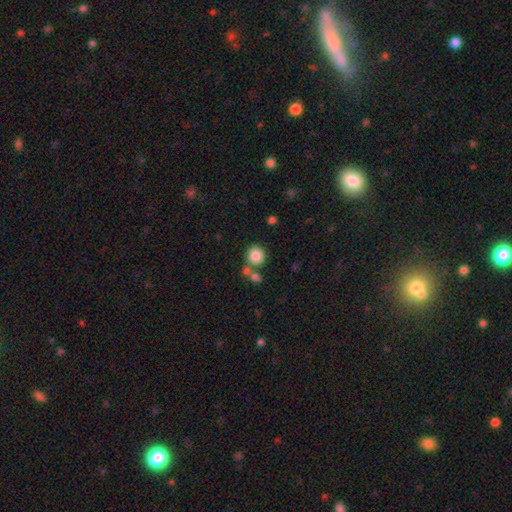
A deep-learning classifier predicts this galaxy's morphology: This appears to be a smooth galaxy with no disk features (84%) that is round (91%). Merging: none (70%).